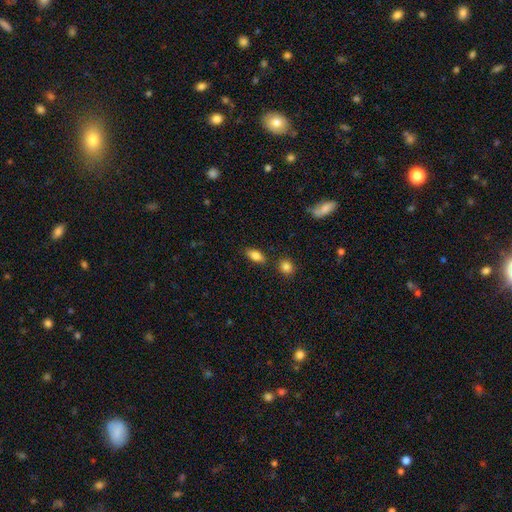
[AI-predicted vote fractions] Smooth or featured?
  - smooth: 82% *
  - featured or disk: 10%
  - star or artifact: 8%
How rounded?
  - in between: 87% *
  - cigar-shaped: 8%
  - round: 5%
Merging?
  - none: 82% *
  - minor disturbance: 11%
  - merger: 5%
  - major disturbance: 3%